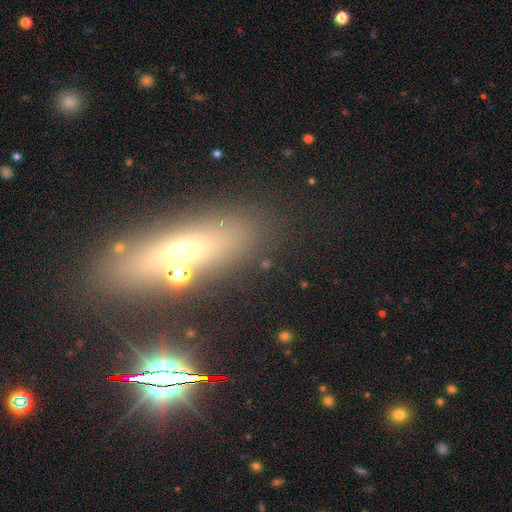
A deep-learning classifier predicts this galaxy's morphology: This is marginally a smooth galaxy (38%). Merging: likely none (78%).